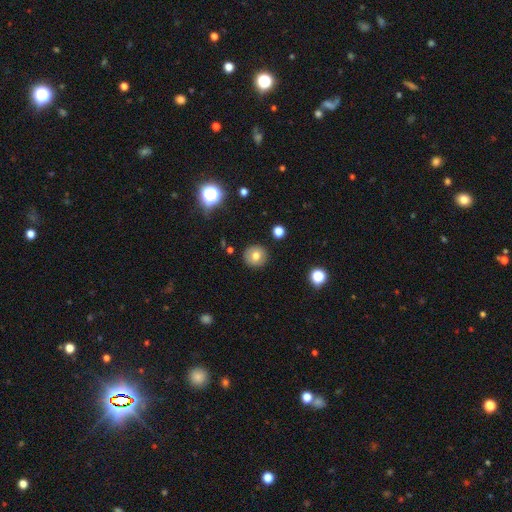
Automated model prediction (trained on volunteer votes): This is likely a smooth galaxy (73%). How rounded: clearly round (92%). Merging: clearly none (89%).